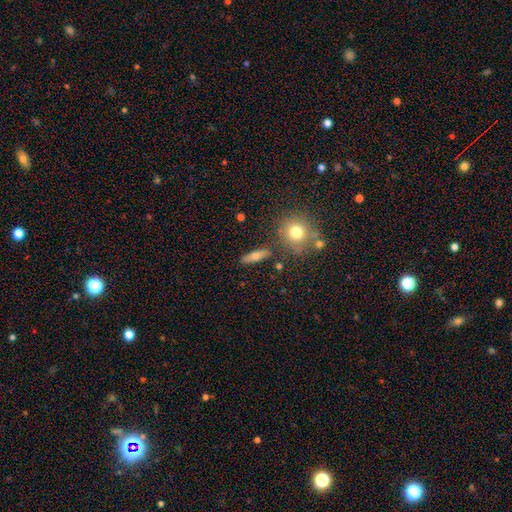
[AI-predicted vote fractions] smooth_or_featured: smooth (p=0.50) [alt: featured or disk p=0.37]
merging: none (p=0.81) [alt: minor disturbance p=0.10]